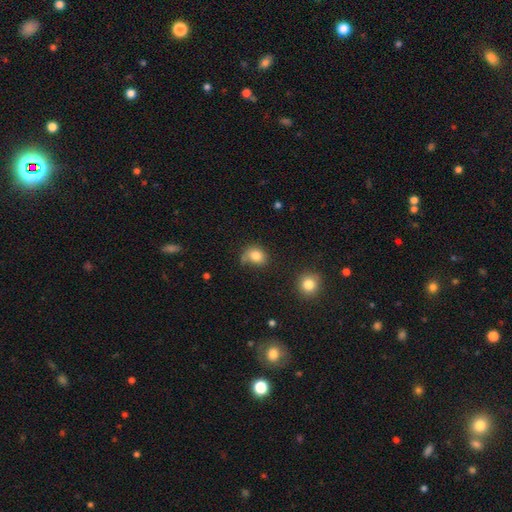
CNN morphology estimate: The model was most divided on "how rounded": round: 59%, in between: 40%, cigar-shaped: 1%. Remaining: smooth or featured — smooth (81%); merging — none (48%).